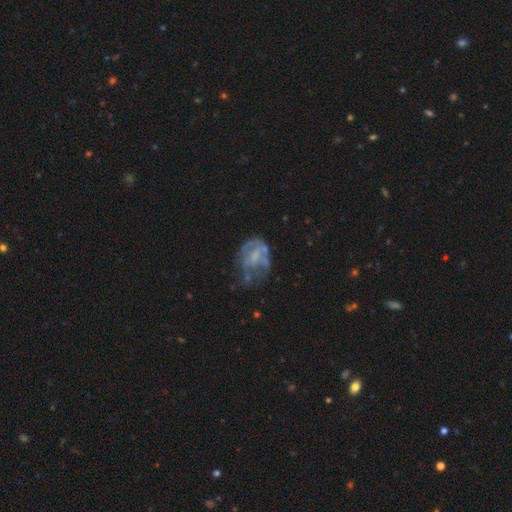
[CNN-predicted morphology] Smooth or featured?
  - featured or disk: 60% *
  - smooth: 30%
  - star or artifact: 10%
Edge-on disk?
  - no: 97% *
  - yes: 3%
Bar?
  - no: 69% *
  - weak: 25%
  - strong: 6%
Spiral arms?
  - no: 65% *
  - yes: 35%
Bulge size?
  - none: 45% *
  - moderate: 25%
  - small: 24%
  - large: 4%
  - dominant: 1%
Merging?
  - none: 35% *
  - major disturbance: 33%
  - minor disturbance: 26%
  - merger: 6%